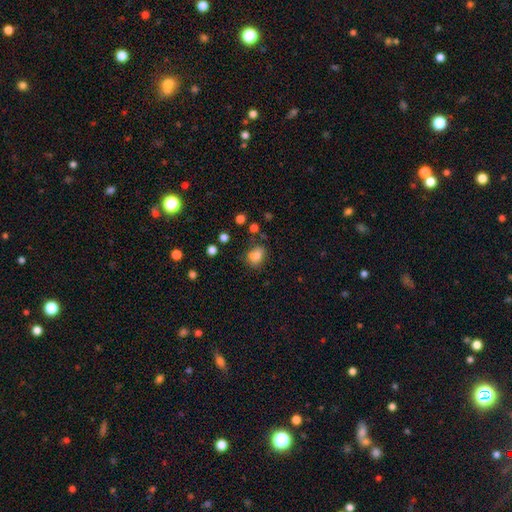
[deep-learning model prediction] Smooth or featured? smooth (80%)
How rounded? in between (58%)
Merging? none (62%)